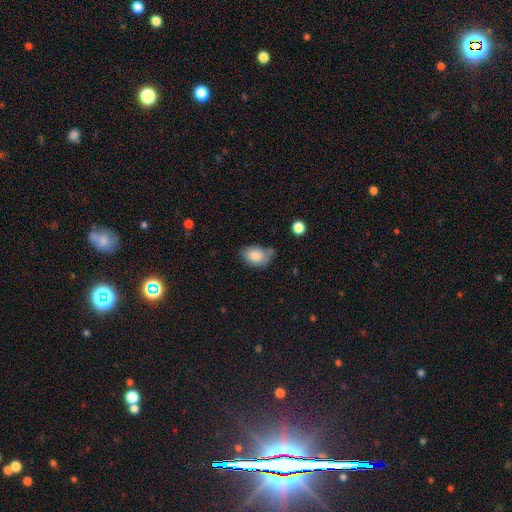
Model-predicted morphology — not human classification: Overall: smooth (84%). How rounded: in between (82%). Merging: none (50%; minor disturbance 33%).